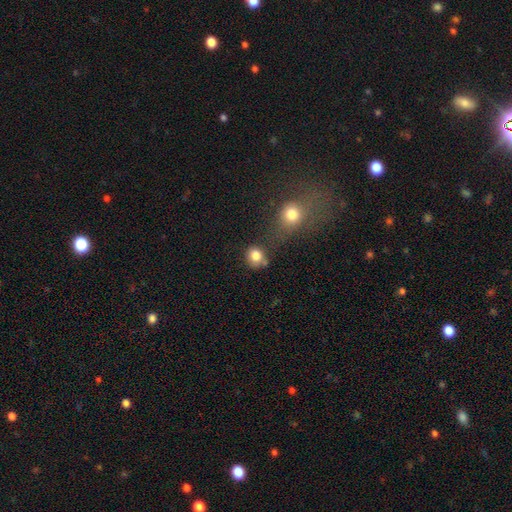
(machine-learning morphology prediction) A smooth galaxy with no disk features (82%) that is round (81%). Merging: none (64%).